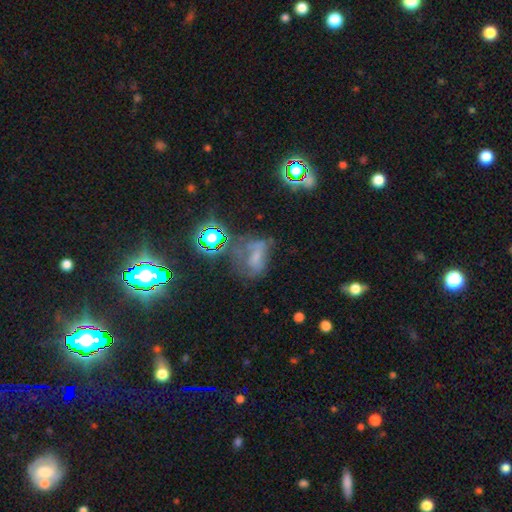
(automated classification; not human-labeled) Smooth or featured? Predicted: smooth (p=0.36). Merging? Predicted: major disturbance (p=0.36).